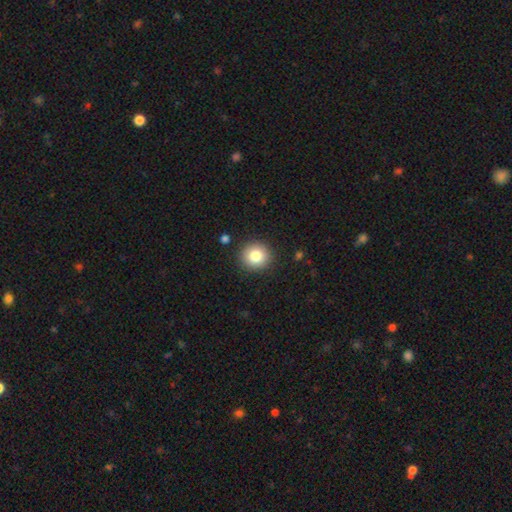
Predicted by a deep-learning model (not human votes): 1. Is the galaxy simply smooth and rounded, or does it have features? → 82% smooth, 10% star or artifact, 8% featured or disk.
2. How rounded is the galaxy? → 89% round, 10% in between, 1% cigar-shaped.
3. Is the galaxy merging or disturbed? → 89% none, 7% minor disturbance, 2% major disturbance, 2% merger.